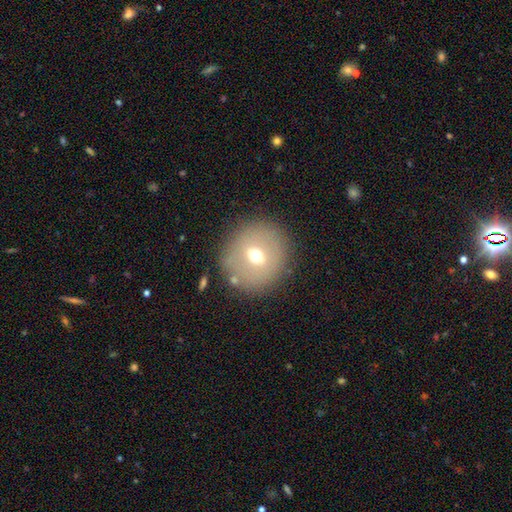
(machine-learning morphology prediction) Overall: smooth (61%; featured or disk 25%). How rounded: round (93%). Merging: none (87%).